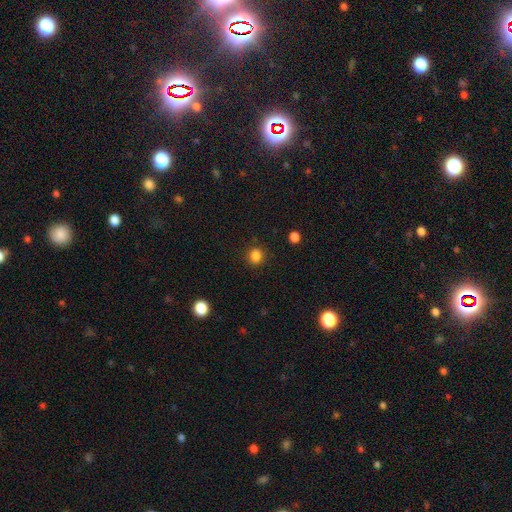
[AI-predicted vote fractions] smooth-or-featured: smooth: 85% | star or artifact: 12% | featured or disk: 4%
  how-rounded: round: 77% | in between: 22% | cigar-shaped: 1%
  merging: none: 87% | minor disturbance: 8% | major disturbance: 3% | merger: 2%